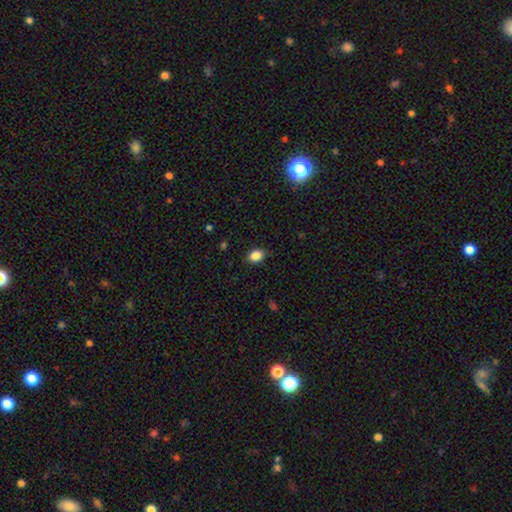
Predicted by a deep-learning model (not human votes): Overall: smooth (87%). How rounded: in between (73%). Merging: none (87%).